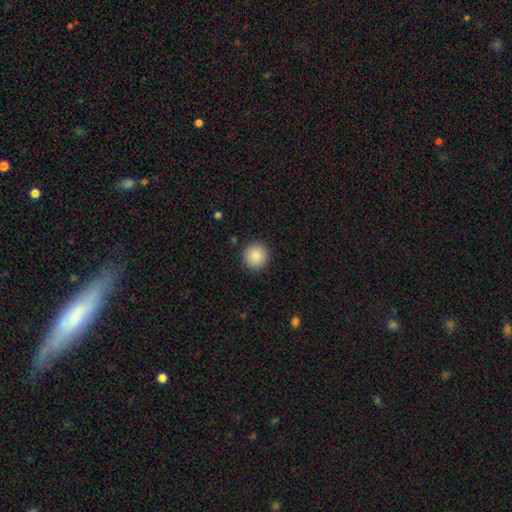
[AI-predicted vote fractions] Overall: smooth (88%). How rounded: round (96%). Merging: none (92%).